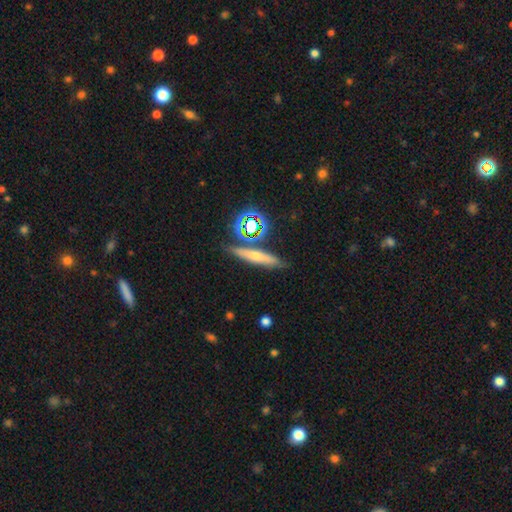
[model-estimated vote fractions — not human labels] Overall: smooth (42%; featured or disk 35%). Merging: none (78%).